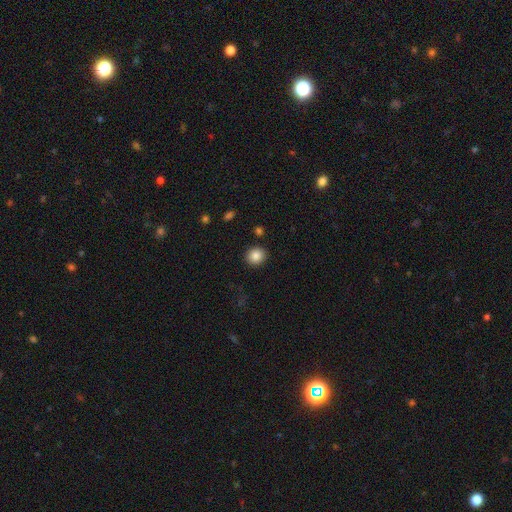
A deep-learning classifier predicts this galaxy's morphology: Smooth or featured: smooth — 87% (star or artifact — 9%)
How rounded: round — 82% (in between — 17%)
Merging: none — 90% (minor disturbance — 6%)